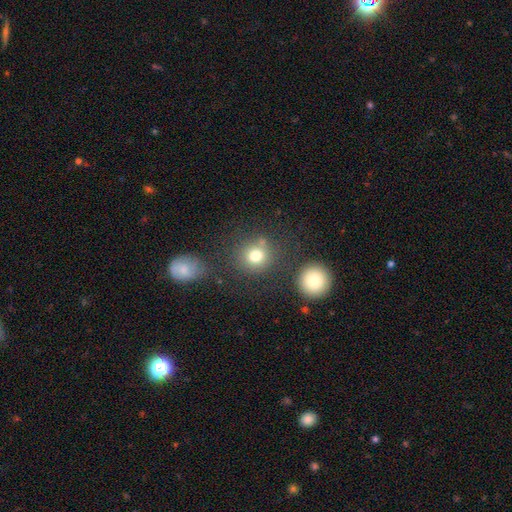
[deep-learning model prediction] The model was most divided on "merging": none: 71%, merger: 12%, minor disturbance: 11%, major disturbance: 6%. More confident: how rounded — round (85%); smooth or featured — smooth (79%).